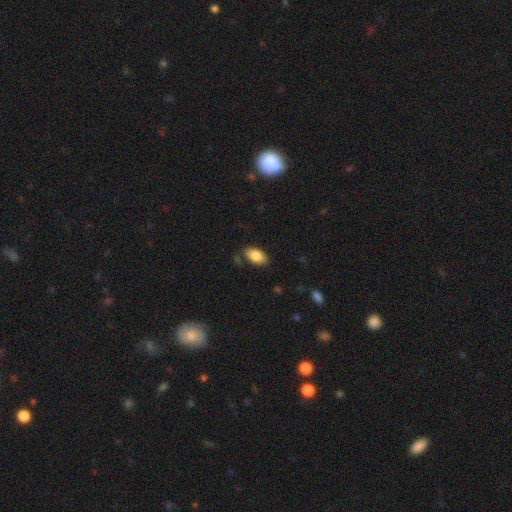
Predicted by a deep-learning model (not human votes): smooth-or-featured: smooth: 84% | featured or disk: 9% | star or artifact: 7%
  how-rounded: in between: 93% | round: 4% | cigar-shaped: 3%
  merging: none: 79% | minor disturbance: 15% | major disturbance: 3% | merger: 3%